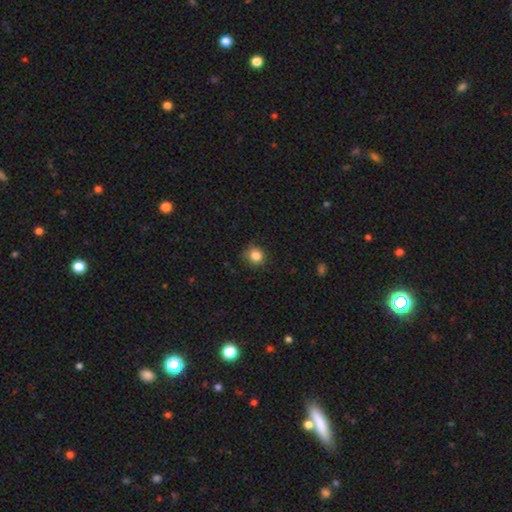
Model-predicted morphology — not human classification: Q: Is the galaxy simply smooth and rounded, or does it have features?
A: smooth — 84%.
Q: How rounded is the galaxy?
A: round — 85%.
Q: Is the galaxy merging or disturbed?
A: none — 81%.